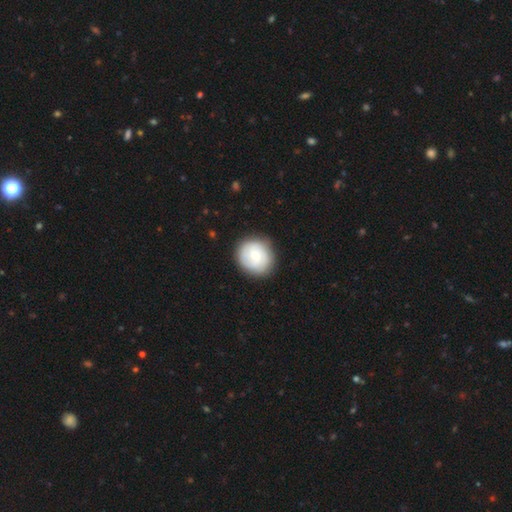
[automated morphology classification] Smooth or featured?
  - smooth: 55% *
  - featured or disk: 39%
  - star or artifact: 6%
How rounded?
  - round: 84% *
  - in between: 15%
  - cigar-shaped: 1%
Merging?
  - none: 85% *
  - minor disturbance: 11%
  - major disturbance: 3%
  - merger: 1%